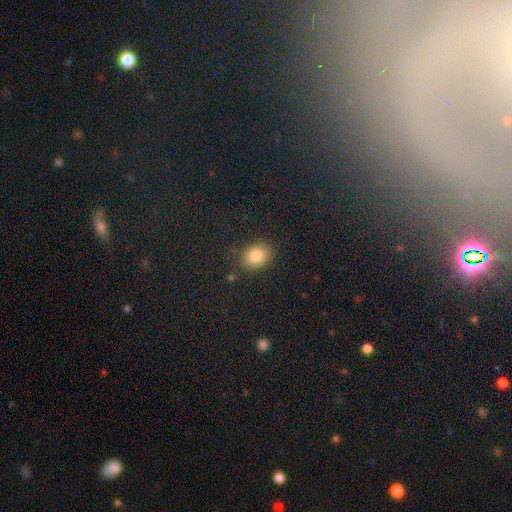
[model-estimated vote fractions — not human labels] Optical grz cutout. It shows a smooth galaxy with no disk features (82%) that is in between round and cigar-shaped (55%). Merging: none (85%).